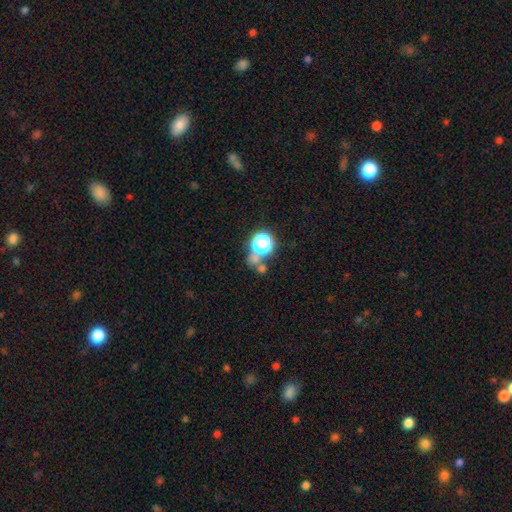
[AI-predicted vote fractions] A star or artifact, not a galaxy (52%).

Vote fractions:
- Smooth or featured? star or artifact: 52% / smooth: 38% / featured or disk: 10%